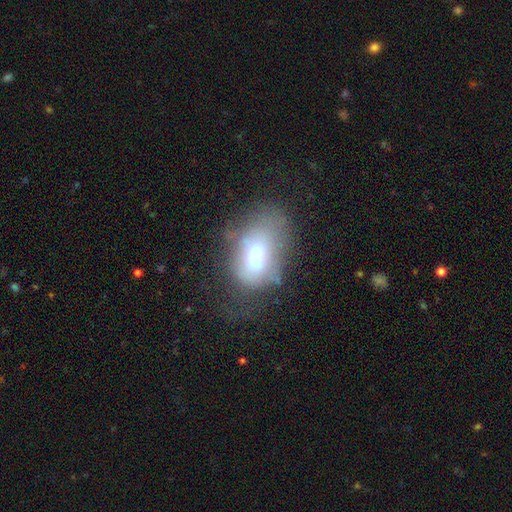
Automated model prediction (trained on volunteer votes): smooth_or_featured: smooth (p=0.58) [alt: featured or disk p=0.30]
how_rounded: in between (p=0.78) [alt: round p=0.21]
merging: major disturbance (p=0.33) [alt: none p=0.32]